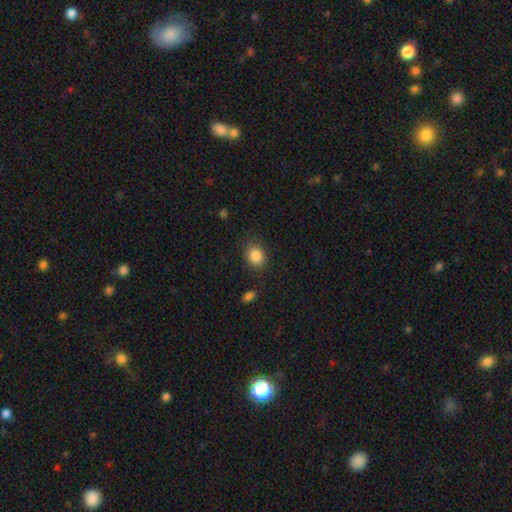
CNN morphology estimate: The model was most divided on "how rounded": round: 55%, in between: 44%, cigar-shaped: 1%. More confident: smooth or featured — smooth (86%); merging — none (81%).